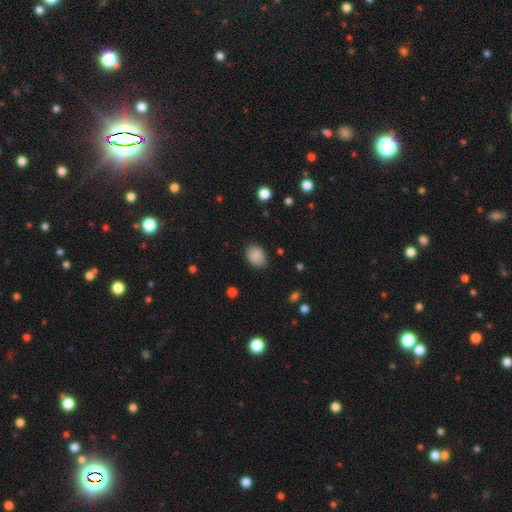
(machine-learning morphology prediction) Q: Smooth or featured?
A: smooth (86%); runner-up: star or artifact (8%)
Q: How rounded?
A: in between (72%); runner-up: round (27%)
Q: Merging?
A: none (81%); runner-up: minor disturbance (14%)